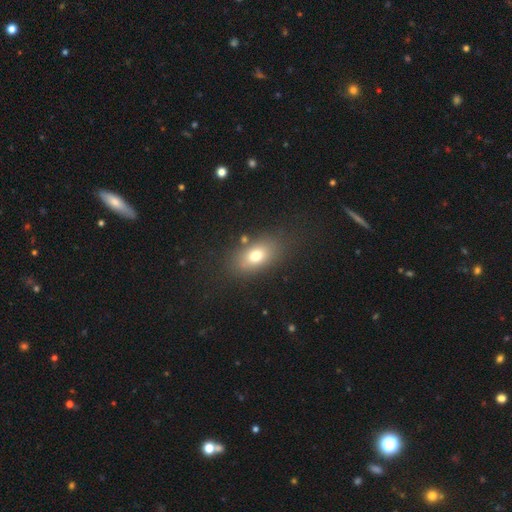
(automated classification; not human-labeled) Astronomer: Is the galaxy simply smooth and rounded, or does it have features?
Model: smooth — 73%.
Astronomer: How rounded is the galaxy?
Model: in between — 82%.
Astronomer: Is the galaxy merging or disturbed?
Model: none — 78%.